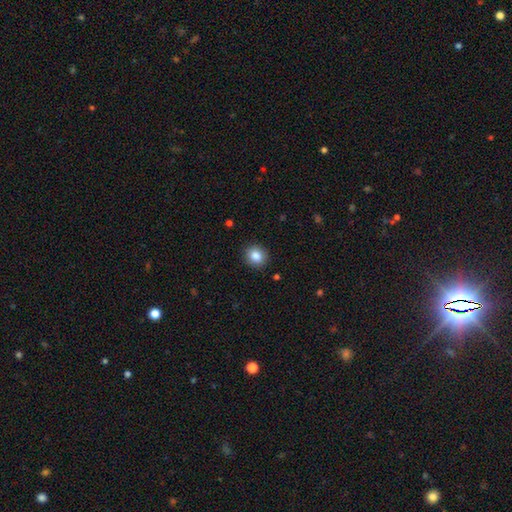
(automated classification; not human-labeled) This appears to be a smooth galaxy with no disk features (86%) that is round (75%). Merging: none (90%).